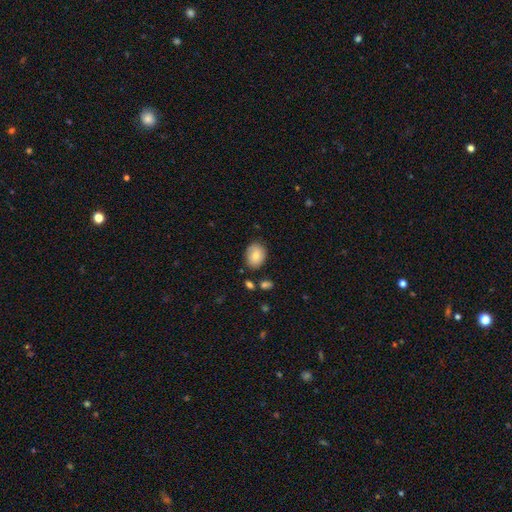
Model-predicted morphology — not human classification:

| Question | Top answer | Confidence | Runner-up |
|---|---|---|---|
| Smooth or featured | smooth | 77% | featured or disk (15%) |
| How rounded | in between | 59% | round (40%) |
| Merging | none | 79% | minor disturbance (15%) |